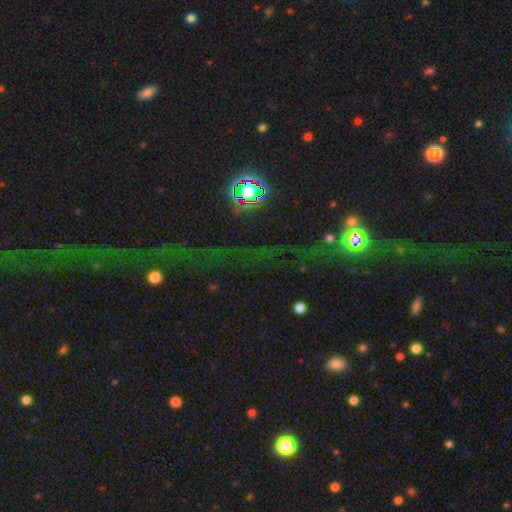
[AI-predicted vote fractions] smooth_or_featured: star or artifact (p=0.74) [alt: smooth p=0.14]